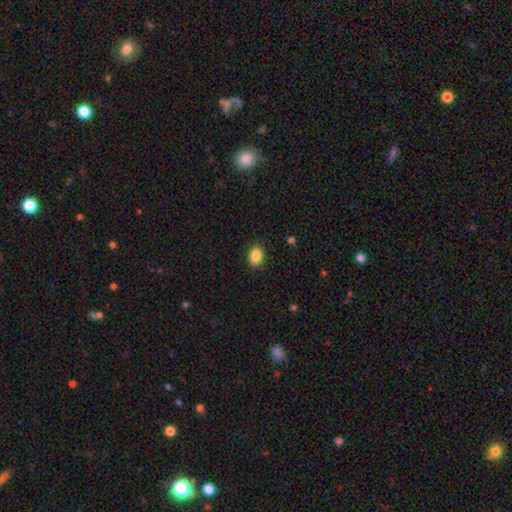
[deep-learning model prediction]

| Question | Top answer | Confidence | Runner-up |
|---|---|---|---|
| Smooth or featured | smooth | 88% | star or artifact (9%) |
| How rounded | in between | 69% | round (30%) |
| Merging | none | 89% | minor disturbance (8%) |